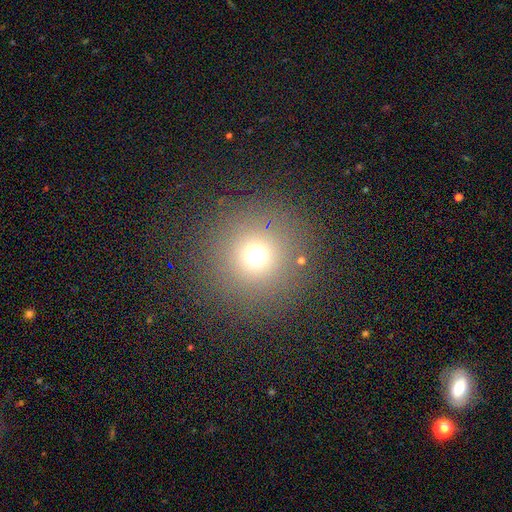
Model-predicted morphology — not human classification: A smooth galaxy with no disk features (67%) that is round (95%).

Vote fractions:
- Smooth or featured? smooth: 67% / star or artifact: 26% / featured or disk: 8%
- How rounded? round: 95% / in between: 4% / cigar-shaped: 1%
- Merging? none: 87% / minor disturbance: 6% / major disturbance: 5% / merger: 2%